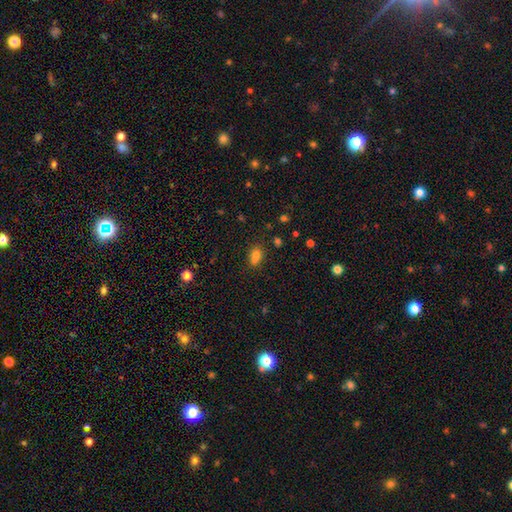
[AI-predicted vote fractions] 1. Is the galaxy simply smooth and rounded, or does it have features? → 72% smooth, 18% star or artifact, 10% featured or disk.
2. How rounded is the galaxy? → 63% in between, 35% round, 2% cigar-shaped.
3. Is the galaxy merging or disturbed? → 50% none, 31% merger, 14% minor disturbance, 5% major disturbance.